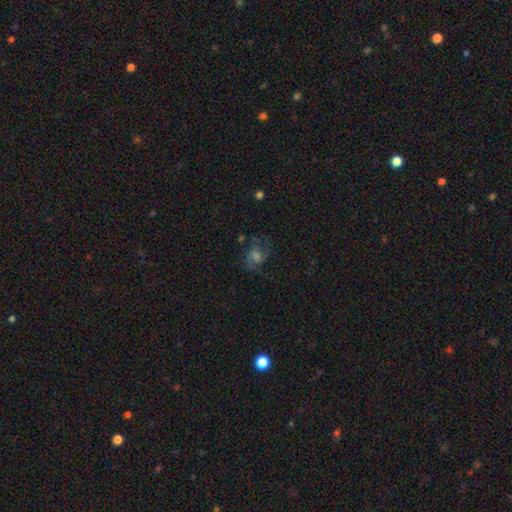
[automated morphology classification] A featured or disk galaxy (53%) with a weak bar (46%), spiral arms (84%) and a moderate central bulge (38%). Merging: none (64%).